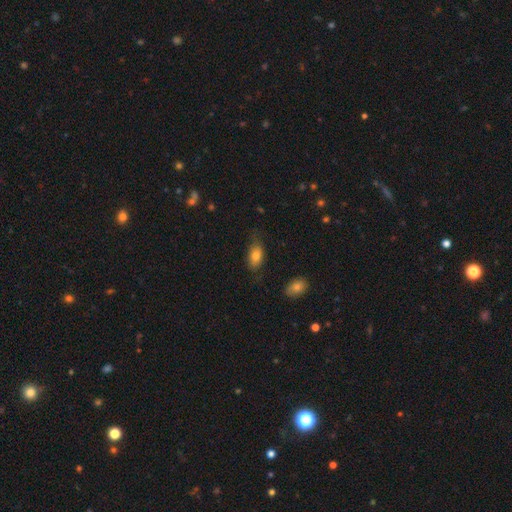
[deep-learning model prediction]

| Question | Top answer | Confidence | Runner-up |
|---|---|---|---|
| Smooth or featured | smooth | 78% | featured or disk (13%) |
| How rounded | in between | 89% | round (7%) |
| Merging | none | 63% | minor disturbance (27%) |